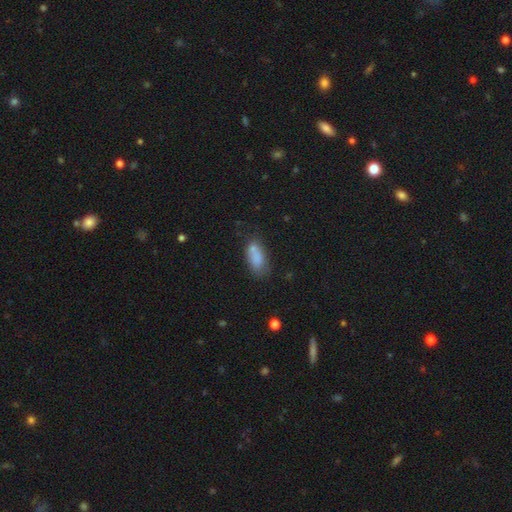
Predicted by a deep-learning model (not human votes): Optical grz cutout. It shows a smooth galaxy with no disk features (76%) that is in between round and cigar-shaped (85%). Merging: none (47%).